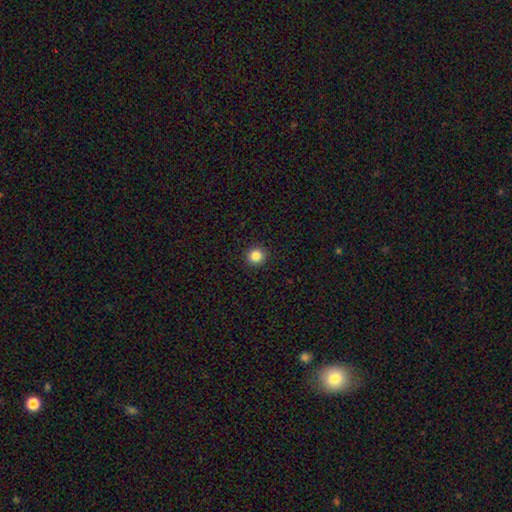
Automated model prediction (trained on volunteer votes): Smooth or featured?
  - smooth: 84% *
  - star or artifact: 11%
  - featured or disk: 4%
How rounded?
  - round: 94% *
  - in between: 5%
  - cigar-shaped: 1%
Merging?
  - none: 93% *
  - minor disturbance: 4%
  - major disturbance: 2%
  - merger: 1%